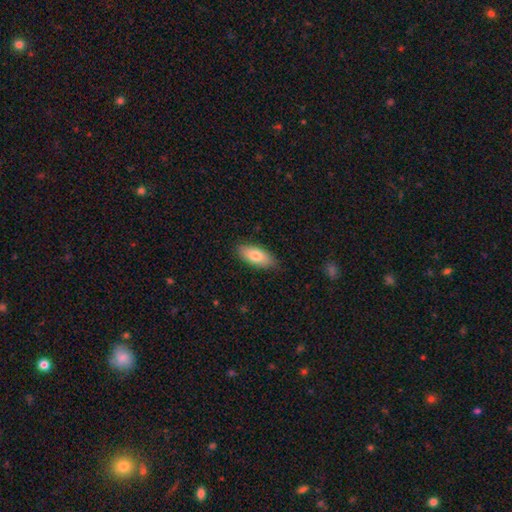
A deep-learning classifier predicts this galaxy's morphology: A smooth galaxy with no disk features (78%) that is in between round and cigar-shaped (85%). Merging: none (84%).